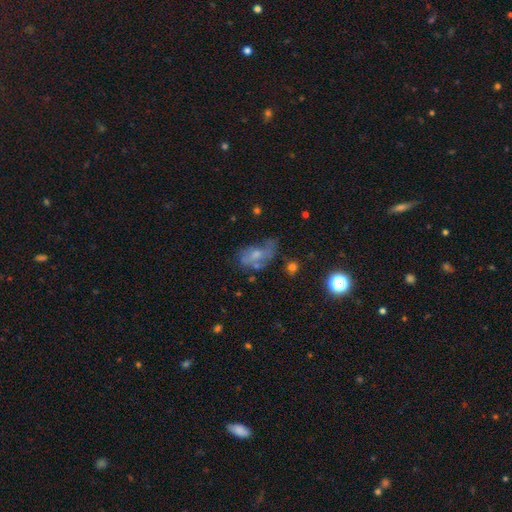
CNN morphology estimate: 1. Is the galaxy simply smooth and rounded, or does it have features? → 45% smooth, 41% featured or disk, 14% star or artifact.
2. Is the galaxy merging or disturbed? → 32% none, 30% major disturbance, 27% minor disturbance, 12% merger.